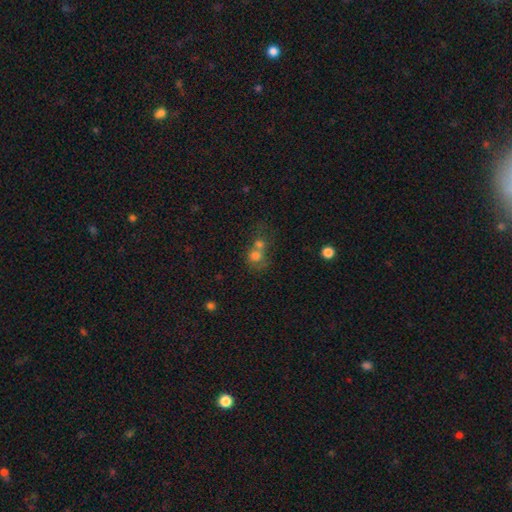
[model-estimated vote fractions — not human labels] This appears to be a smooth galaxy with no disk features (70%) that is round (78%). Merging: merger (62%).